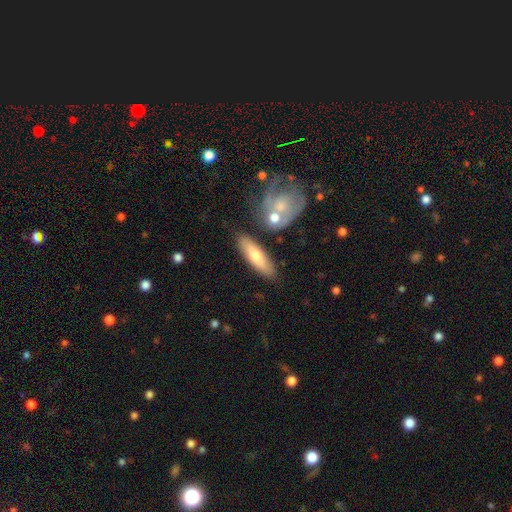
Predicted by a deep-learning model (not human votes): The model was most divided on "how rounded": cigar-shaped: 54%, in between: 43%, round: 2%. More confident: merging — none (77%); smooth or featured — smooth (64%).